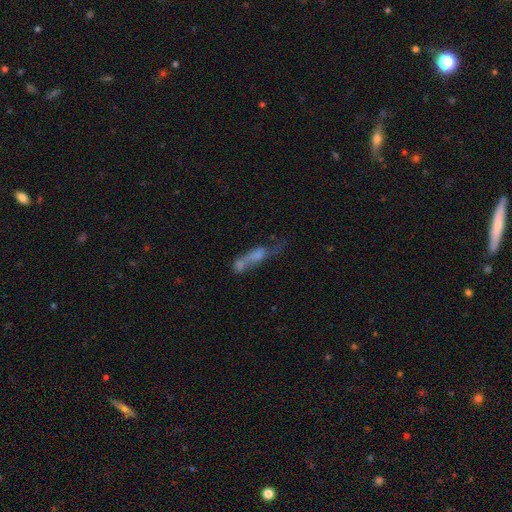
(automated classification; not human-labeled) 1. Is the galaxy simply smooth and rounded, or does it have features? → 50% smooth, 38% featured or disk, 12% star or artifact.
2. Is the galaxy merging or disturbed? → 50% merger, 21% none, 17% major disturbance, 12% minor disturbance.